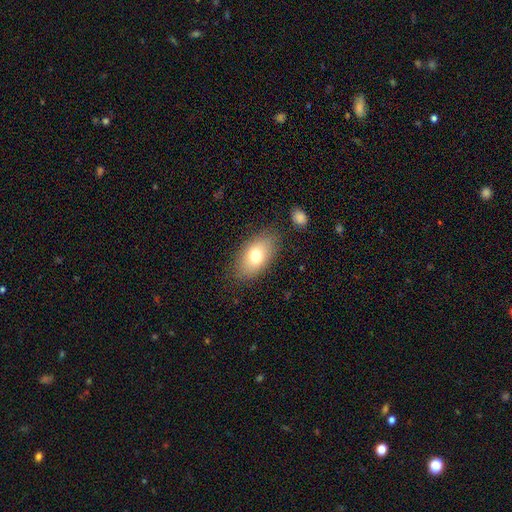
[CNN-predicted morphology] Smooth or featured? Predicted: smooth (p=0.75). How rounded? Predicted: in between (p=0.90). Merging? Predicted: none (p=0.80).